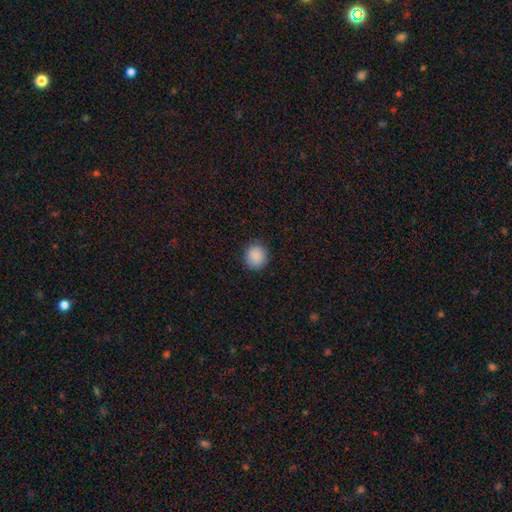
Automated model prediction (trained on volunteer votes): Overall: smooth (89%). How rounded: round (91%). Merging: none (89%).